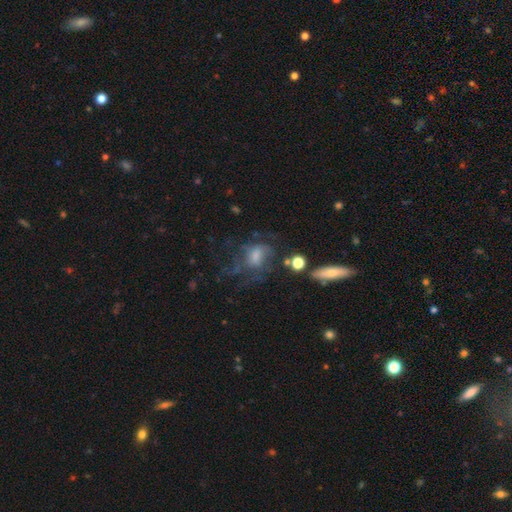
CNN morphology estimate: This appears to be a featured or disk galaxy (60%) with no bar (63%), spiral arms (66%) and a moderate central bulge (39%). Merging: none (50%).